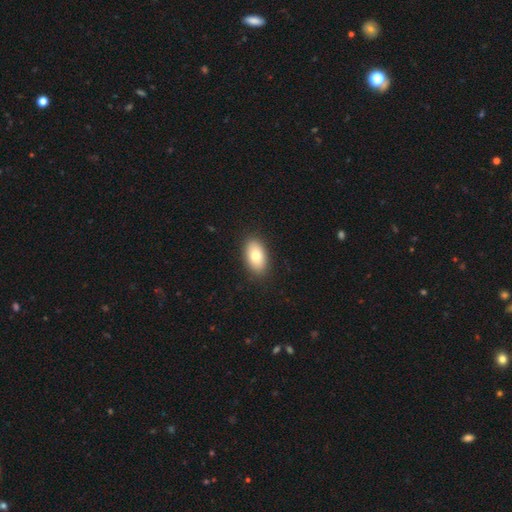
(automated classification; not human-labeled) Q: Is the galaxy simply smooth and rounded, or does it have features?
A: smooth — 80%.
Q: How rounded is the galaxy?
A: in between — 93%.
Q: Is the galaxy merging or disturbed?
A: none — 89%.